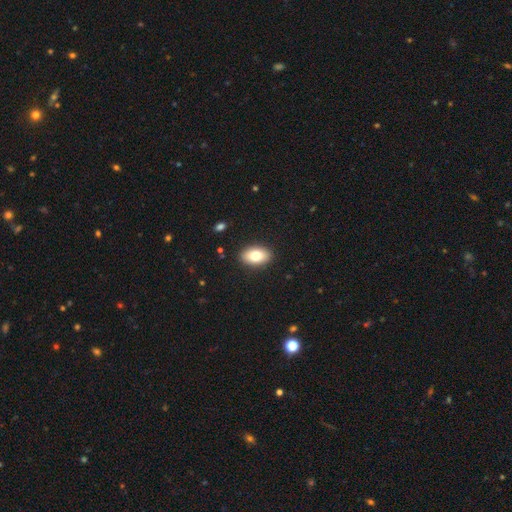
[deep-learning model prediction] A smooth galaxy with no disk features (77%) that is in between round and cigar-shaped (90%). Merging: none (89%).